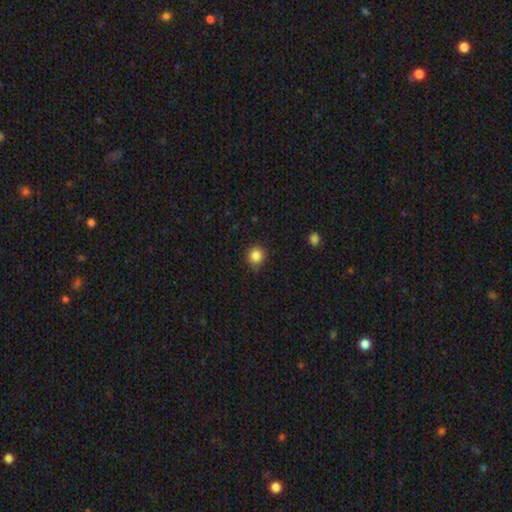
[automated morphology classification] Smooth or featured? Predicted: smooth (p=0.85). How rounded? Predicted: round (p=0.90). Merging? Predicted: none (p=0.83).